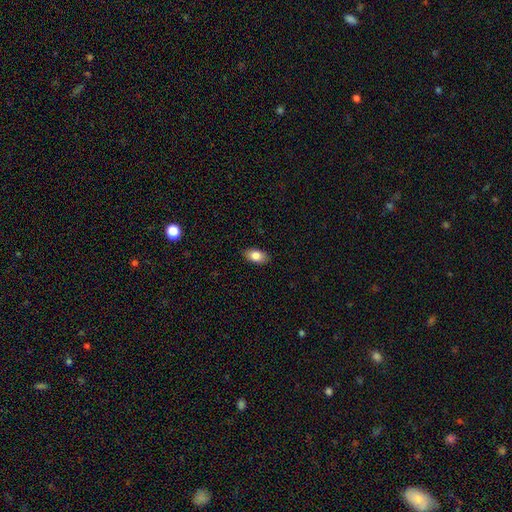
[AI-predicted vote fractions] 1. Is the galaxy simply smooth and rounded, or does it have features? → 83% smooth, 10% featured or disk, 8% star or artifact.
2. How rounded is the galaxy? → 91% in between, 5% round, 3% cigar-shaped.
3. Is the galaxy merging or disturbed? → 88% none, 9% minor disturbance, 2% major disturbance, 1% merger.